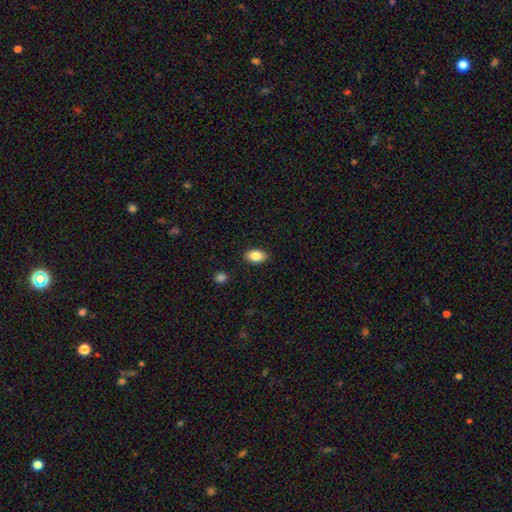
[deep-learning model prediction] A smooth galaxy with no disk features (85%) that is in between round and cigar-shaped (89%). Merging: none (87%).